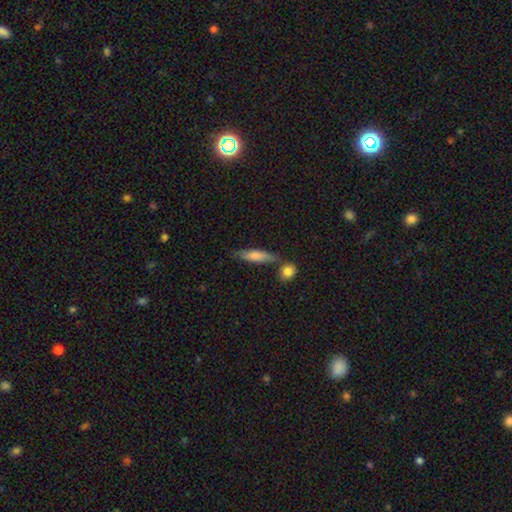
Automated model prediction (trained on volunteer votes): smooth_or_featured: smooth (p=0.73) [alt: featured or disk p=0.21]
how_rounded: cigar-shaped (p=0.69) [alt: in between p=0.28]
merging: none (p=0.67) [alt: minor disturbance p=0.17]